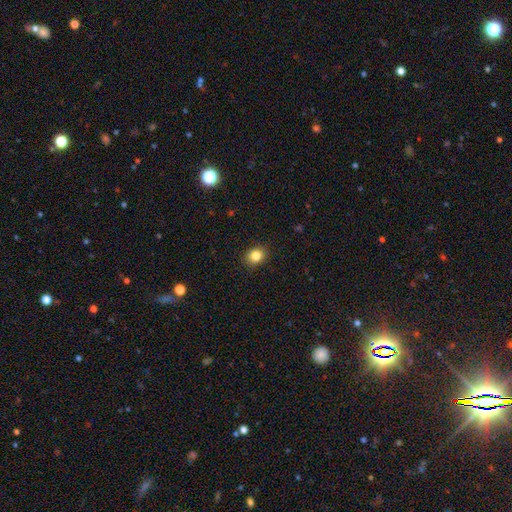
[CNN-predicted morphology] Smooth or featured? smooth (83%)
How rounded? round (61%)
Merging? none (90%)